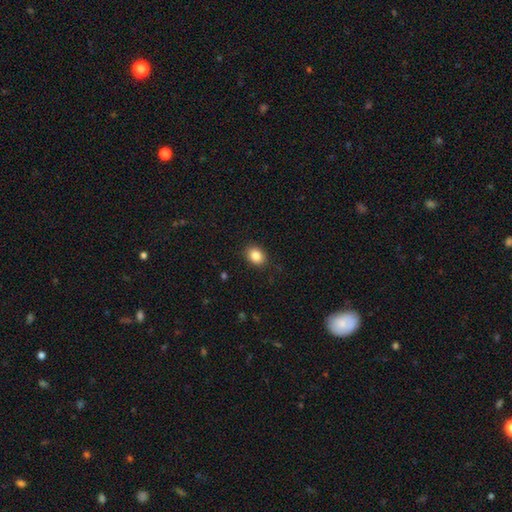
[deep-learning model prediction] smooth 85%, star or artifact 9%, featured or disk 6%. Down the decision tree: how rounded — in between (55%); merging — none (88%).